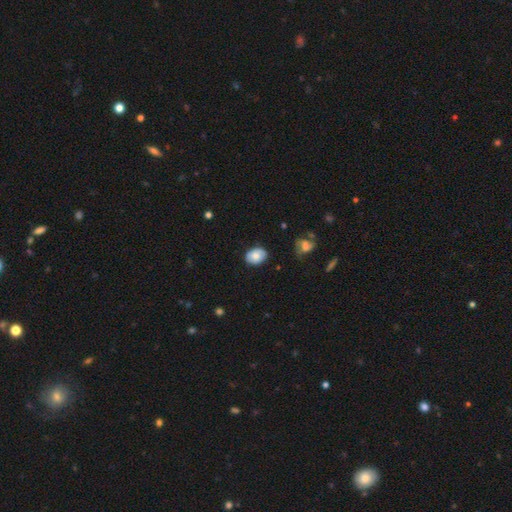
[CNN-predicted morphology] Q: Smooth or featured?
A: smooth (78%); runner-up: featured or disk (15%)
Q: How rounded?
A: in between (74%); runner-up: round (25%)
Q: Merging?
A: none (79%); runner-up: minor disturbance (16%)